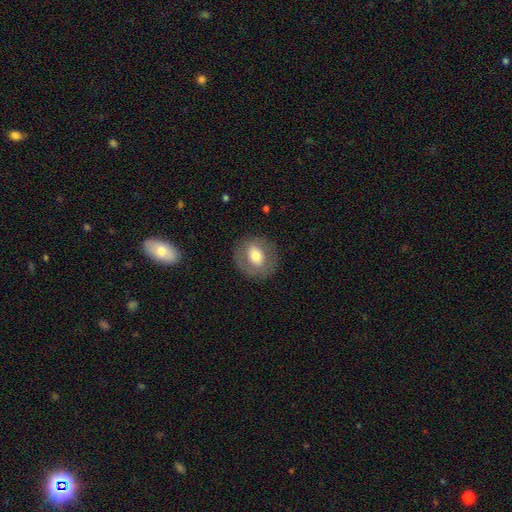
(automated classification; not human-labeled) A smooth galaxy with no disk features (59%) that is round (69%).

Vote fractions:
- Smooth or featured? smooth: 59% / featured or disk: 33% / star or artifact: 8%
- How rounded? round: 69% / in between: 30% / cigar-shaped: 1%
- Merging? none: 82% / minor disturbance: 11% / major disturbance: 6% / merger: 1%